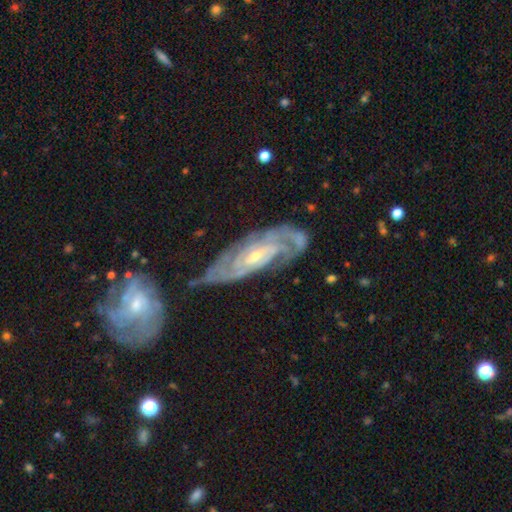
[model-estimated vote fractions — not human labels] smooth_or_featured: featured or disk (p=0.88) [alt: smooth p=0.07]
disk_edge_on: no (p=0.92) [alt: yes p=0.08]
bar: no (p=0.52) [alt: weak p=0.36]
has_spiral_arms: yes (p=0.97) [alt: no p=0.03]
spiral_winding: tight (p=0.69) [alt: medium p=0.26]
spiral_arm_count: 2 (p=0.33) [alt: can't tell p=0.30]
bulge_size: small (p=0.69) [alt: moderate p=0.27]
merging: none (p=0.67) [alt: minor disturbance p=0.18]